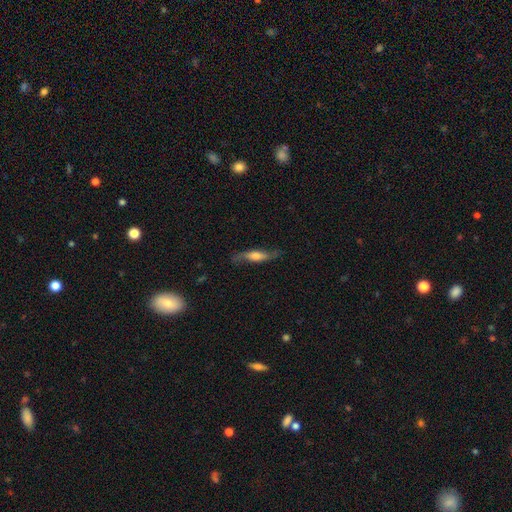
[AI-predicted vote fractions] smooth_or_featured: featured or disk (p=0.59) [alt: smooth p=0.34]
disk_edge_on: yes (p=0.55) [alt: no p=0.45]
merging: none (p=0.72) [alt: minor disturbance p=0.19]